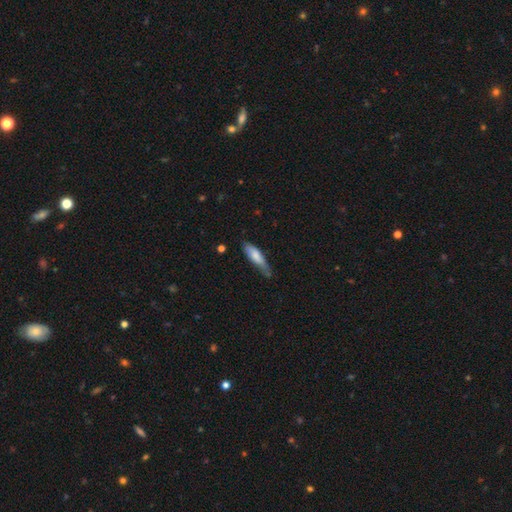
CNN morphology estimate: A smooth galaxy with no disk features (72%) that is cigar-shaped (62%).

Vote fractions:
- Smooth or featured? smooth: 72% / featured or disk: 22% / star or artifact: 6%
- How rounded? cigar-shaped: 62% / in between: 37% / round: 2%
- Merging? none: 51% / minor disturbance: 37% / major disturbance: 10% / merger: 3%